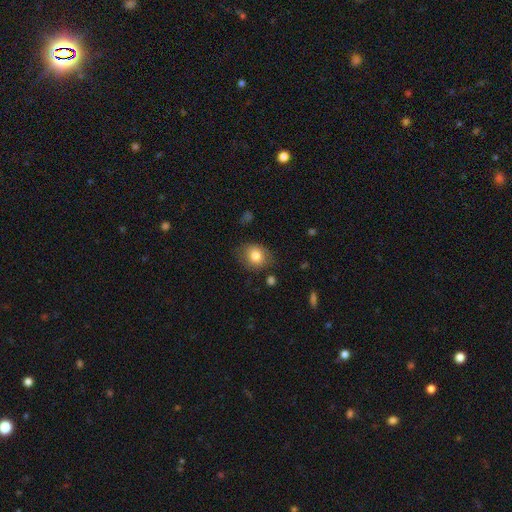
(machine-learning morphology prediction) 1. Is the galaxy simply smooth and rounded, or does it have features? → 81% smooth, 10% featured or disk, 9% star or artifact.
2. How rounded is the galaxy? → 54% round, 45% in between, 1% cigar-shaped.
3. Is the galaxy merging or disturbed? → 76% none, 17% minor disturbance, 5% major disturbance, 2% merger.